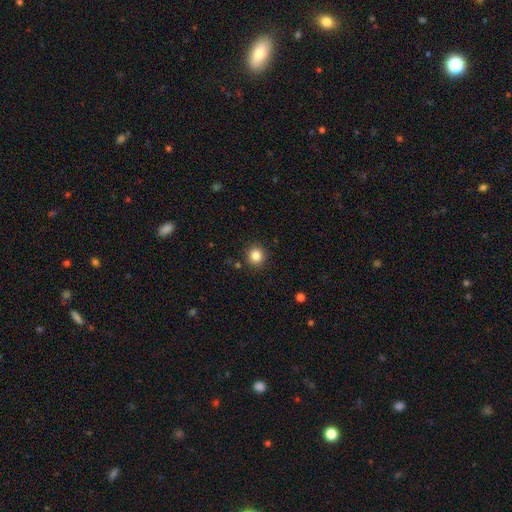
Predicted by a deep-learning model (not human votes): smooth-or-featured: smooth: 84% | star or artifact: 11% | featured or disk: 5%
  how-rounded: round: 91% | in between: 8% | cigar-shaped: 1%
  merging: none: 90% | minor disturbance: 6% | major disturbance: 2% | merger: 2%